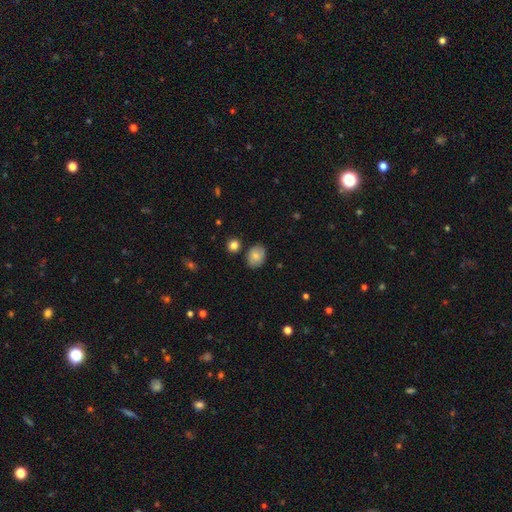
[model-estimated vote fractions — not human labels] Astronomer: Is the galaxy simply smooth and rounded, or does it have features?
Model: smooth — 75%.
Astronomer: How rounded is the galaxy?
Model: in between — 59% (runner-up: round, 40%).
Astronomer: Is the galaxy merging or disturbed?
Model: none — 78%.